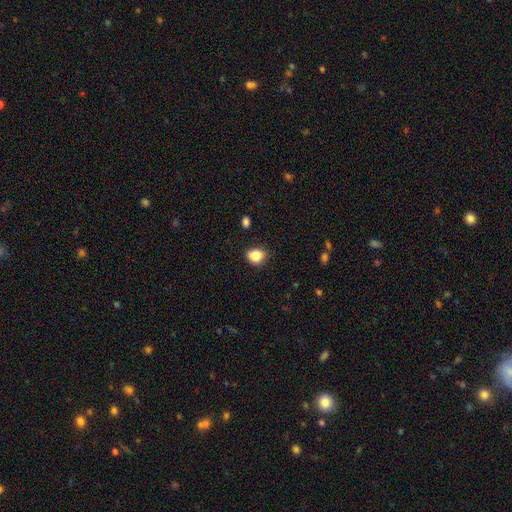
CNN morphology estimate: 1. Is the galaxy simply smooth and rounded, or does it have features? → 86% smooth, 9% star or artifact, 5% featured or disk.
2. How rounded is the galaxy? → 54% round, 45% in between, 1% cigar-shaped.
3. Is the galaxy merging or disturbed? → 83% none, 13% minor disturbance, 3% major disturbance, 1% merger.